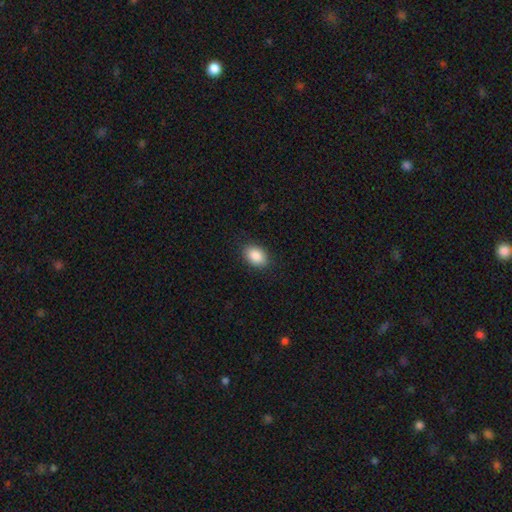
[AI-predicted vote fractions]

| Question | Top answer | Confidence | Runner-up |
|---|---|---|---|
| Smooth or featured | smooth | 89% | star or artifact (7%) |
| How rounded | in between | 83% | round (16%) |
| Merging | none | 88% | minor disturbance (9%) |